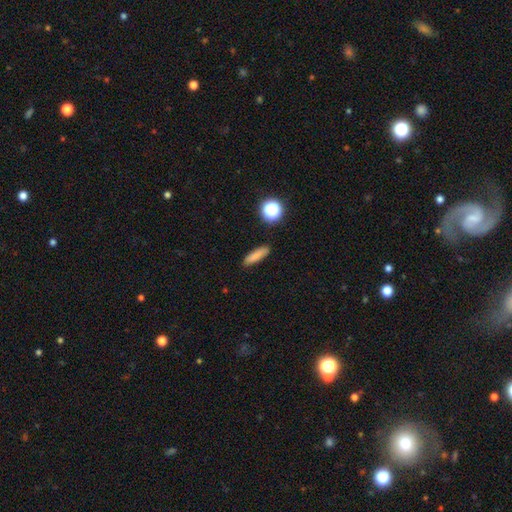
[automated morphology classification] Overall: smooth (80%). How rounded: cigar-shaped (67%; in between 28%). Merging: none (87%).